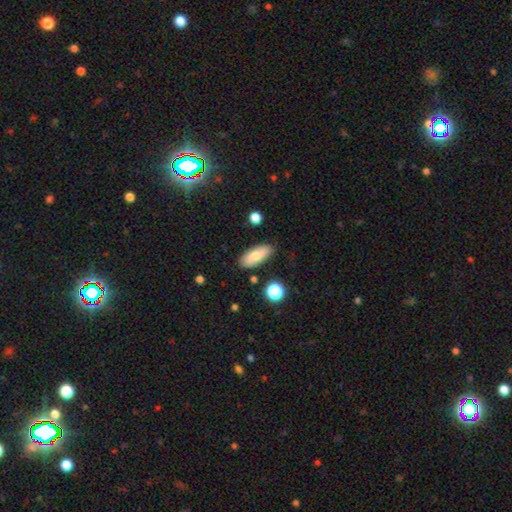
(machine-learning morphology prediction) A smooth galaxy with no disk features (74%) that is in between round and cigar-shaped (82%). Merging: none (84%).